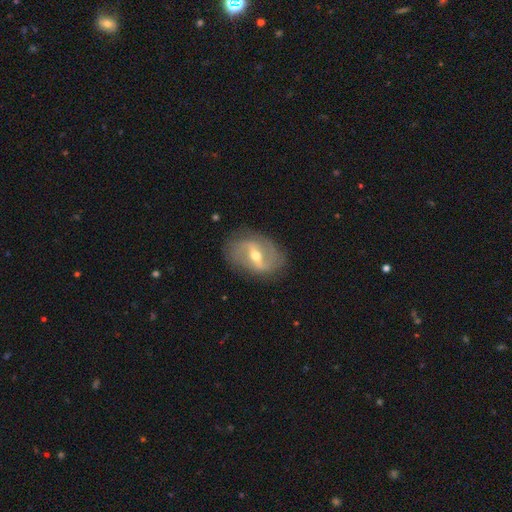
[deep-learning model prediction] Overall: featured or disk (84%). Edge-on disk: no (94%). Bar: strong (51%; weak 38%). Spiral arms: yes (84%). Spiral arm count: 2 (82%). Spiral winding: medium (40%; loose 38%). Bulge size: moderate (67%; small 28%). Merging: none (79%).